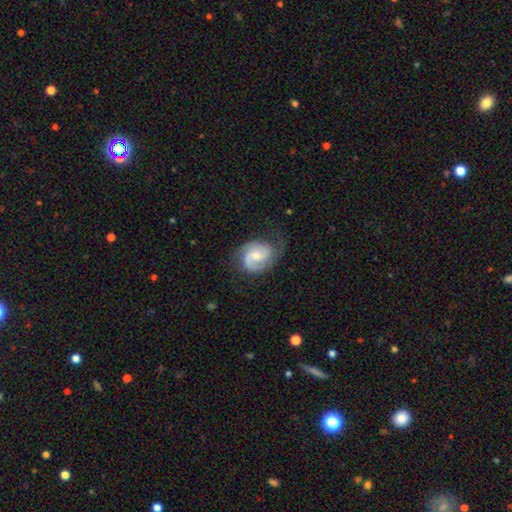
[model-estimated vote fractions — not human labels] Smooth or featured? Predicted: featured or disk (p=0.80). Edge-on disk? Predicted: no (p=0.98). Bar? Predicted: no (p=0.48). Spiral arms? Predicted: yes (p=0.96). Spiral winding? Predicted: medium (p=0.49). Spiral arm count? Predicted: 2 (p=0.80). Bulge size? Predicted: moderate (p=0.52). Merging? Predicted: none (p=0.61).